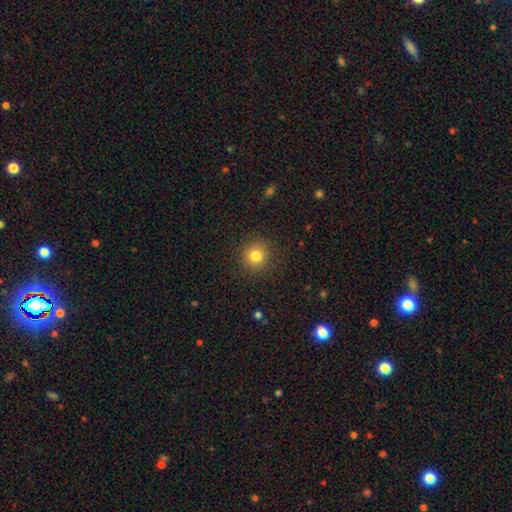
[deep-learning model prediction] The model was most divided on "smooth or featured": smooth: 82%, star or artifact: 12%, featured or disk: 7%. More confident: how rounded — round (93%); merging — none (89%).